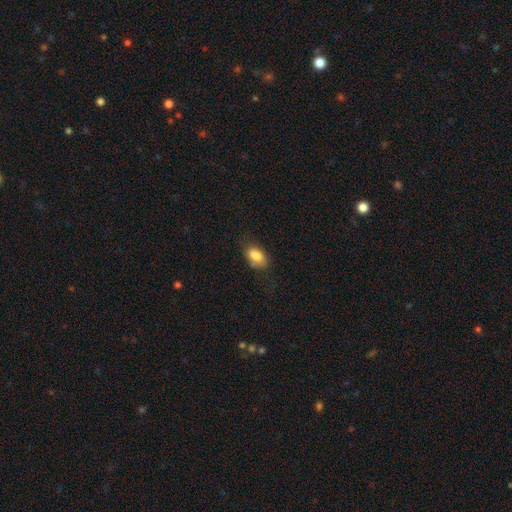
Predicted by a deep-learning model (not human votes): This is clearly a smooth galaxy (84%). How rounded: clearly in between (88%). Merging: likely none (67%).